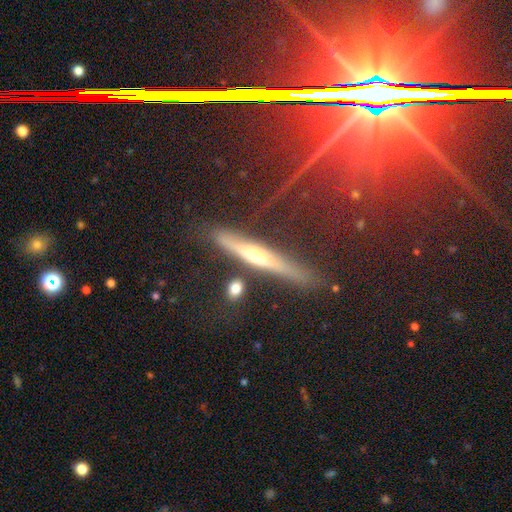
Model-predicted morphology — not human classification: Q: Smooth or featured?
A: featured or disk (52%); runner-up: smooth (34%)
Q: Edge-on disk?
A: yes (87%); runner-up: no (13%)
Q: Merging?
A: none (78%); runner-up: minor disturbance (14%)